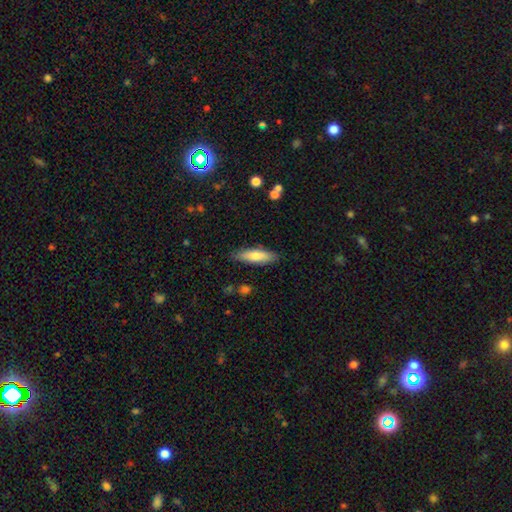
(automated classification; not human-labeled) Smooth or featured? smooth (73%)
How rounded? cigar-shaped (62%)
Merging? none (86%)